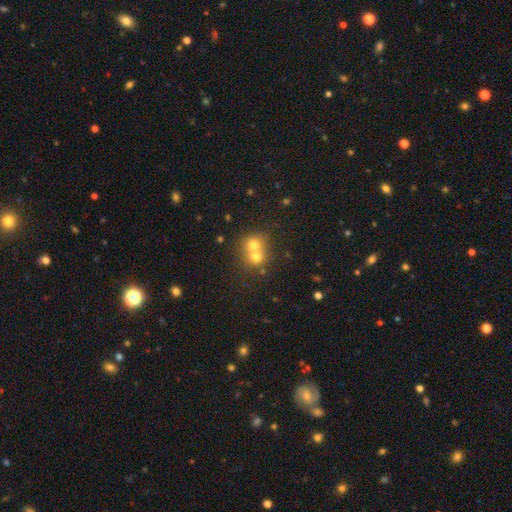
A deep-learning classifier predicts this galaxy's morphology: A smooth galaxy with no disk features (67%) that is round (81%).

Vote fractions:
- Smooth or featured? smooth: 67% / featured or disk: 19% / star or artifact: 14%
- How rounded? round: 81% / in between: 18% / cigar-shaped: 1%
- Merging? merger: 64% / none: 30% / minor disturbance: 4% / major disturbance: 2%